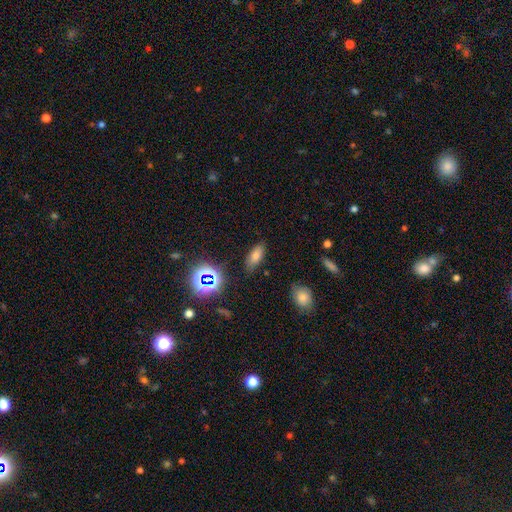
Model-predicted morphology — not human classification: A smooth galaxy with no disk features (68%) that is in between round and cigar-shaped (79%).

Vote fractions:
- Smooth or featured? smooth: 68% / star or artifact: 19% / featured or disk: 13%
- How rounded? in between: 79% / cigar-shaped: 16% / round: 5%
- Merging? none: 82% / minor disturbance: 12% / major disturbance: 3% / merger: 2%